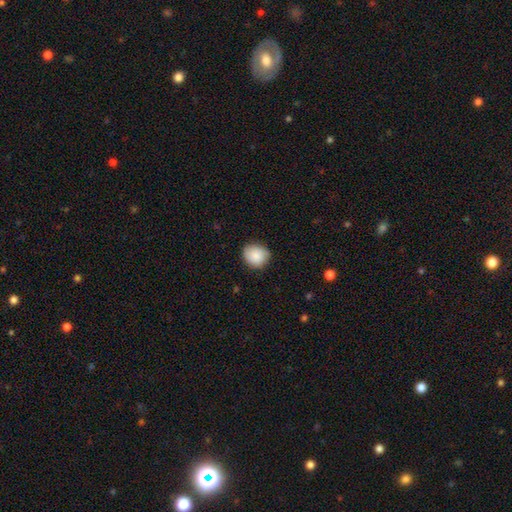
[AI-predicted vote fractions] Smooth or featured?
  - smooth: 87% *
  - star or artifact: 7%
  - featured or disk: 5%
How rounded?
  - round: 78% *
  - in between: 21%
  - cigar-shaped: 1%
Merging?
  - none: 82% *
  - minor disturbance: 15%
  - major disturbance: 3%
  - merger: 1%